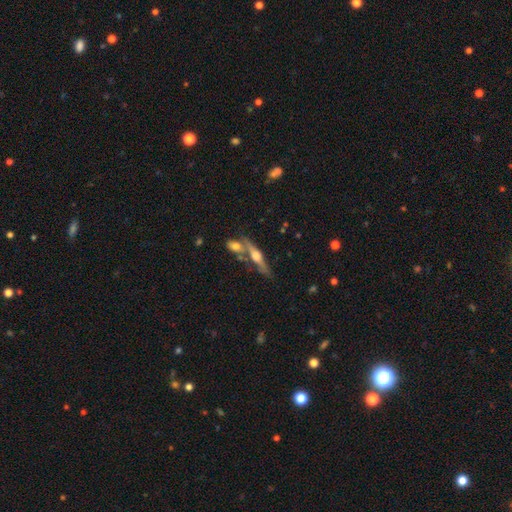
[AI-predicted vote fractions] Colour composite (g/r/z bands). It shows a featured or disk galaxy (69%) viewed edge-on (94%) with a rounded central bulge (90%). Merging: none (62%).